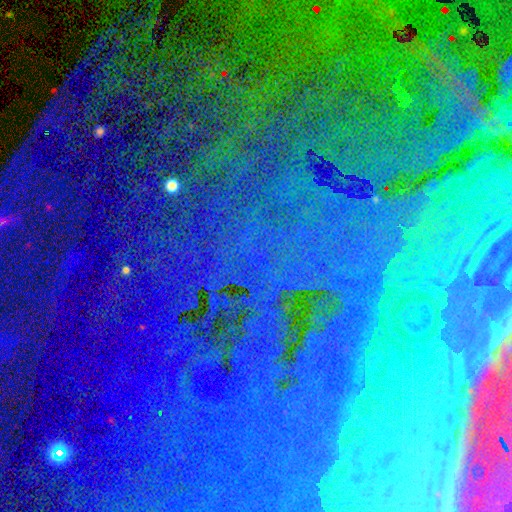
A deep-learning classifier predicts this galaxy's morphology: A star or artifact, not a galaxy (85%).